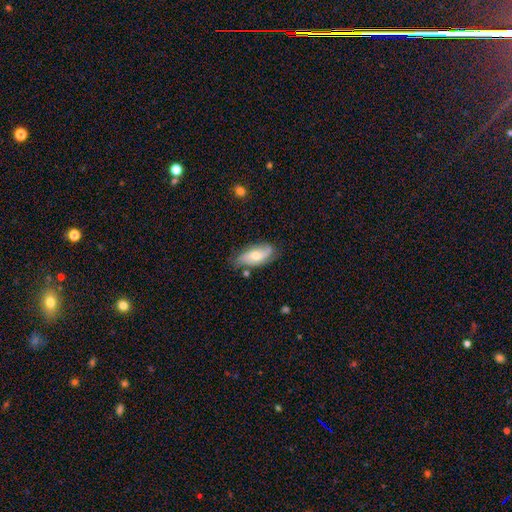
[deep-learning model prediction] Morphology: type=featured or disk (56%); edge-on=no (89%); bar=no (61%); spiral arms=yes (87%); bulge=moderate (59%); merging=none (66%).